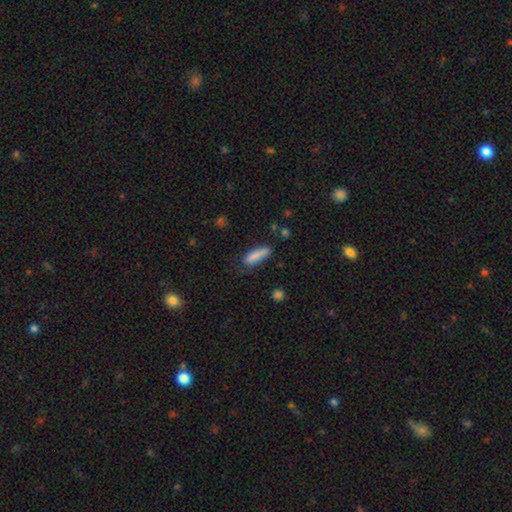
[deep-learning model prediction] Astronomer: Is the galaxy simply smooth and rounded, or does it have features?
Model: smooth — 84%.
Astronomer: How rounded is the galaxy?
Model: cigar-shaped — 63%.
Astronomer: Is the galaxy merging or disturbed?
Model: none — 71%.